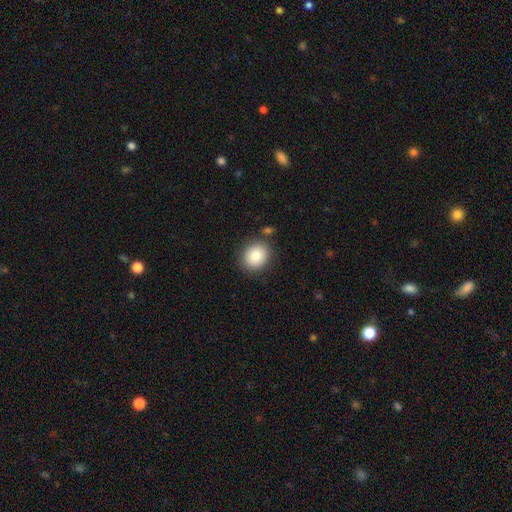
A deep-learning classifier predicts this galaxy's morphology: This appears to be a smooth galaxy with no disk features (84%) that is round (72%). Merging: none (85%).